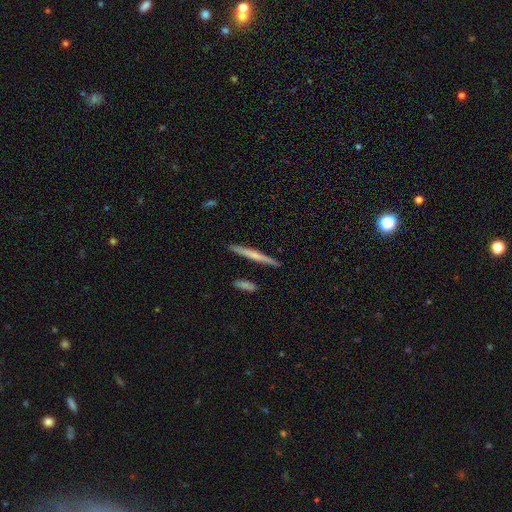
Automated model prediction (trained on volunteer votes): Morphology: type=featured or disk (56%); edge-on=yes (97%); edge-on bulge=none (49%); merging=none (91%).